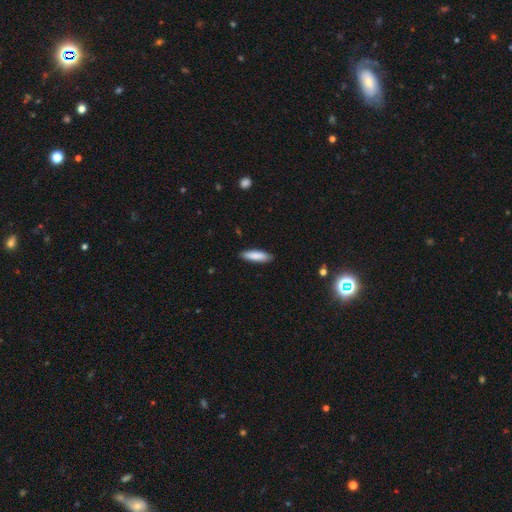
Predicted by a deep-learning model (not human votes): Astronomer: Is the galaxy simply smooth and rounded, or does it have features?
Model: smooth — 86%.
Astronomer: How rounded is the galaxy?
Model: cigar-shaped — 64%.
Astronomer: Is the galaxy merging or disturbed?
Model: none — 88%.